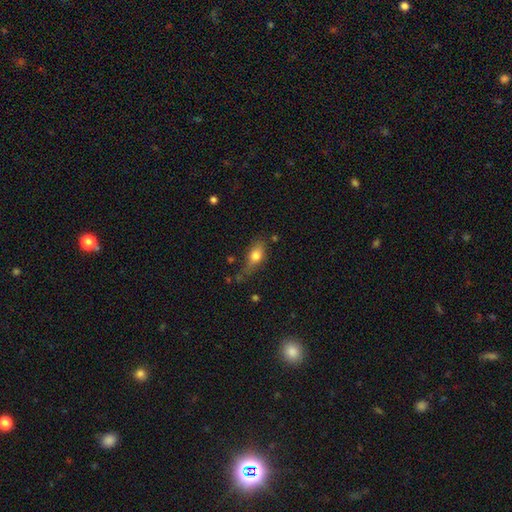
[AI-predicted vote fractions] Overall: smooth (72%). How rounded: in between (73%). Merging: none (57%; minor disturbance 28%).